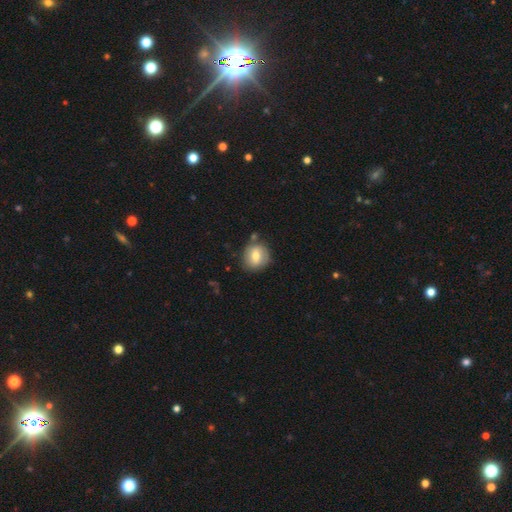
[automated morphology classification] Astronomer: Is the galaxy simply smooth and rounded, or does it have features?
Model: smooth — 69%.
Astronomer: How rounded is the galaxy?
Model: round — 81%.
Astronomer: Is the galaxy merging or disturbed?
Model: none — 74%.